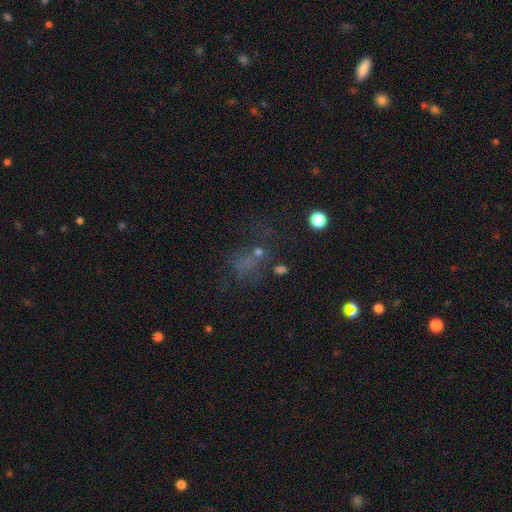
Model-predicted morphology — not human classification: type=smooth (39%, tied with star or artifact); merging=none (45%).